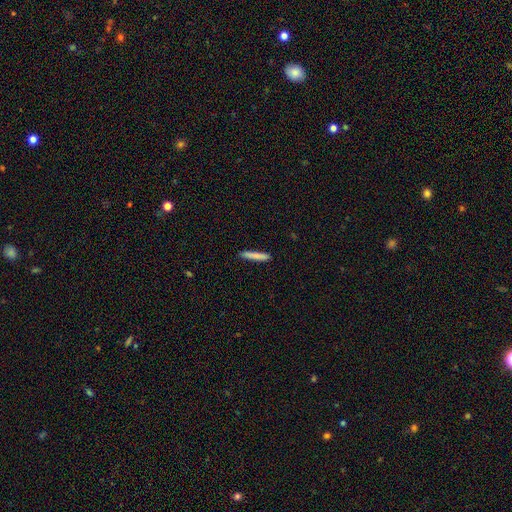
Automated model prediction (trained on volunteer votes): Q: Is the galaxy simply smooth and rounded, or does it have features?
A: smooth — 82%.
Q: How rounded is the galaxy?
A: cigar-shaped — 94%.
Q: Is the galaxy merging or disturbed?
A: none — 90%.